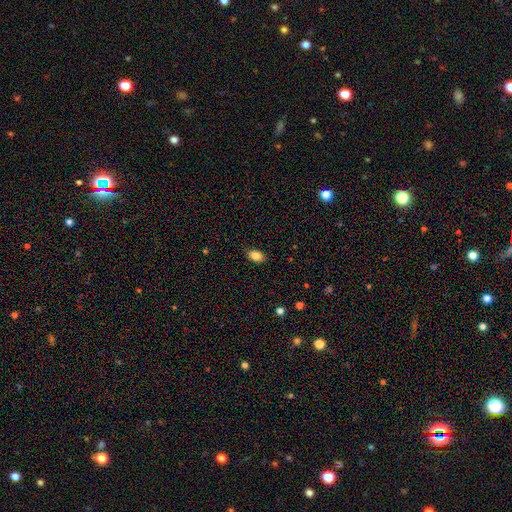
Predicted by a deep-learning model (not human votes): smooth 84%, star or artifact 9%, featured or disk 7%. Down the decision tree: how rounded — in between (86%); merging — none (87%).